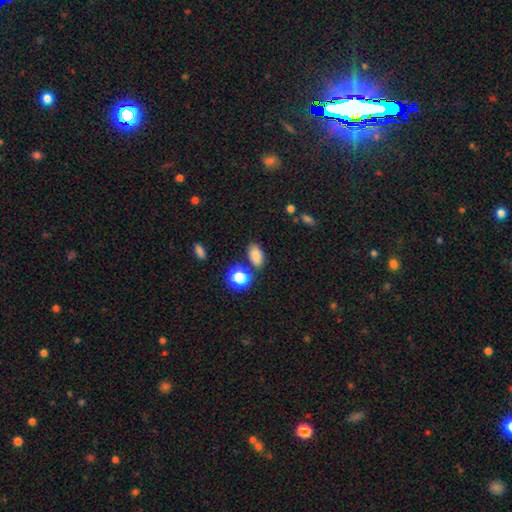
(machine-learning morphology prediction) Q: Smooth or featured?
A: smooth (82%); runner-up: star or artifact (13%)
Q: How rounded?
A: in between (87%); runner-up: round (11%)
Q: Merging?
A: none (76%); runner-up: minor disturbance (12%)